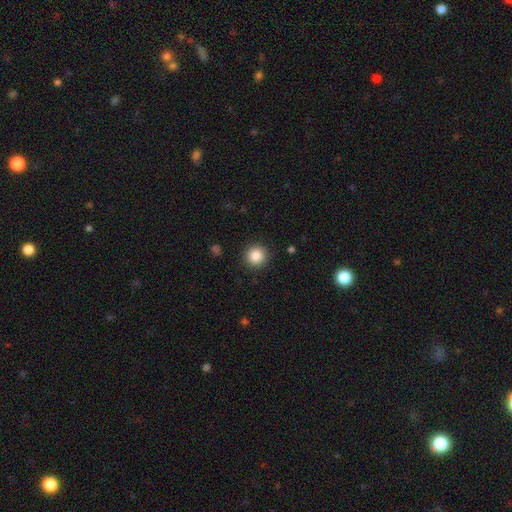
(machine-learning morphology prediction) A smooth galaxy with no disk features (86%) that is round (94%). Merging: none (91%).